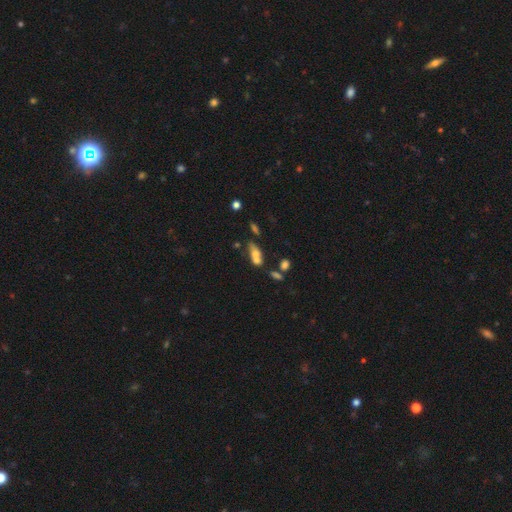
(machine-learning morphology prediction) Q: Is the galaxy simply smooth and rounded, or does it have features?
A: smooth — 60%.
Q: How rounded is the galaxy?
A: in between — 73%.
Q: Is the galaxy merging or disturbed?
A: merger — 45%.